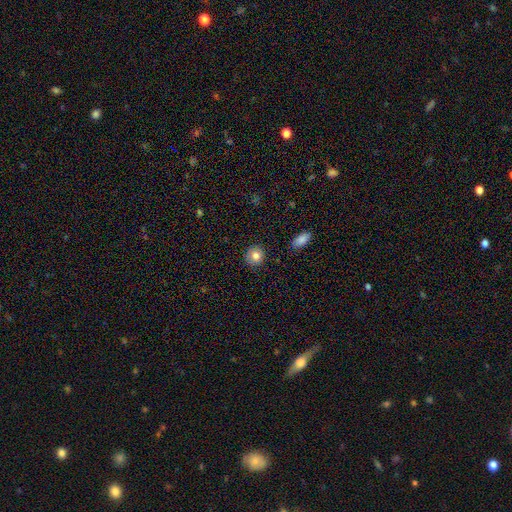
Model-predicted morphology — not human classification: This is clearly a smooth galaxy (81%). How rounded: clearly round (87%). Merging: clearly none (88%).